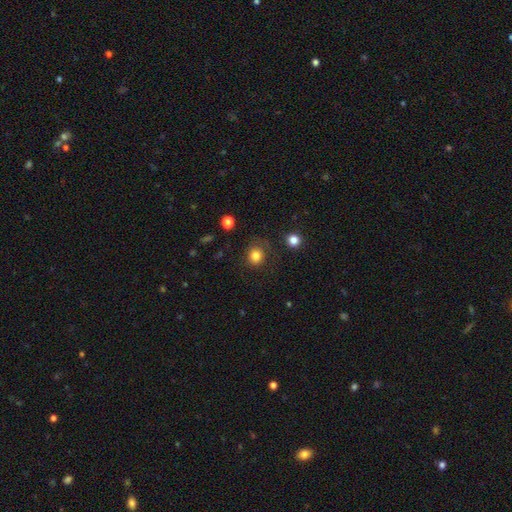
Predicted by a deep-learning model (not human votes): Morphology: type=smooth (82%); roundness=round (83%); merging=none (77%).